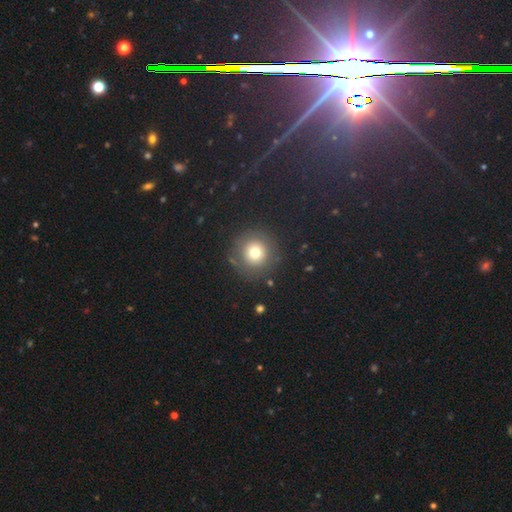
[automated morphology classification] Smooth or featured? smooth (72%)
How rounded? round (94%)
Merging? none (87%)